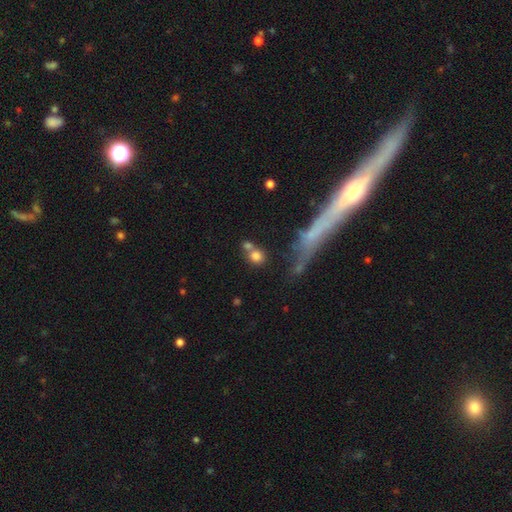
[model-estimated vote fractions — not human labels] Q: Smooth or featured?
A: smooth (76%); runner-up: star or artifact (13%)
Q: How rounded?
A: round (72%); runner-up: in between (25%)
Q: Merging?
A: none (48%); runner-up: merger (36%)